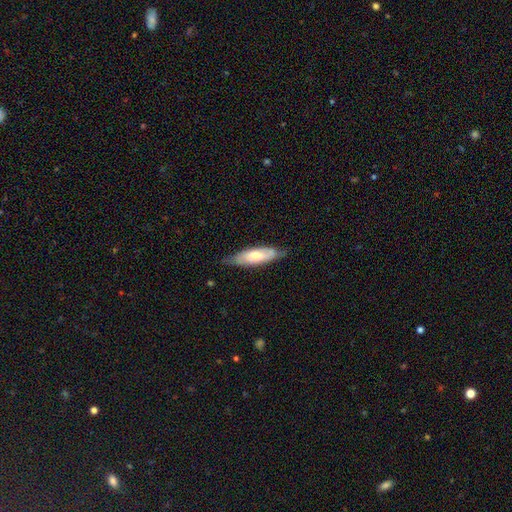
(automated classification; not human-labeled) smooth 58%, featured or disk 36%, star or artifact 5%. Down the decision tree: how rounded — cigar-shaped (50%); merging — none (68%).